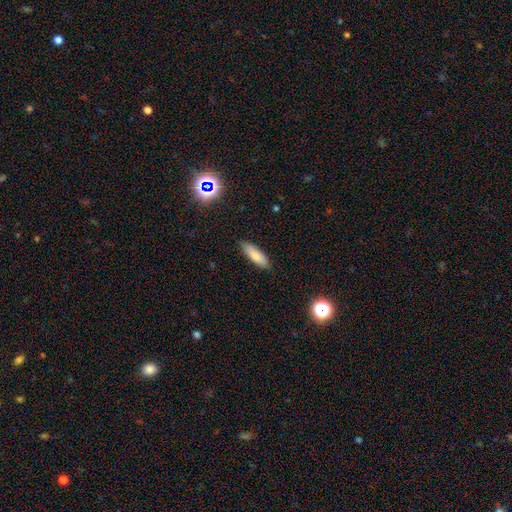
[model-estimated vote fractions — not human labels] A smooth galaxy with no disk features (82%) that is in between round and cigar-shaped (51%). Merging: none (85%).